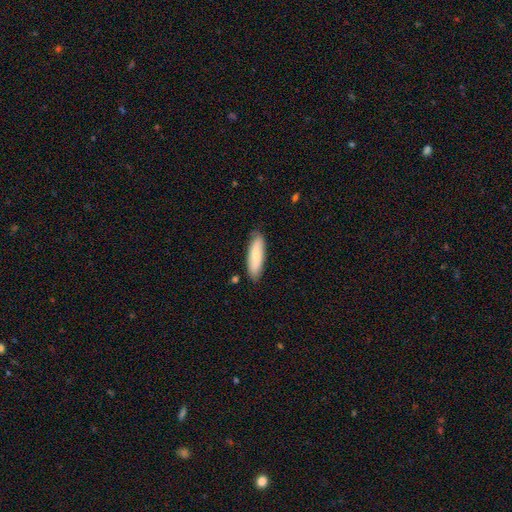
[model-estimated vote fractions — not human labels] Morphology: type=smooth (73%); roundness=cigar-shaped (50%); merging=none (84%).